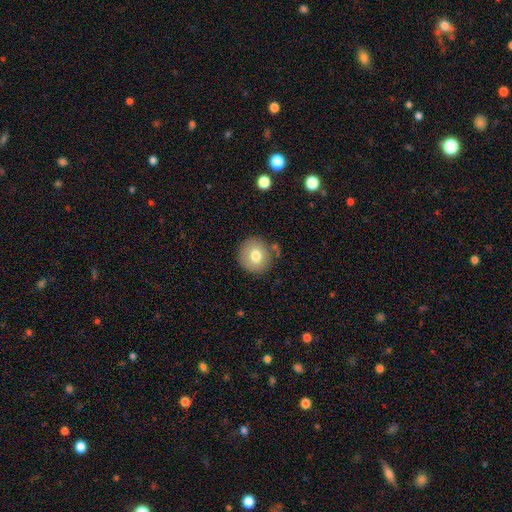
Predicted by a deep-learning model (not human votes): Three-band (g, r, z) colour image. It shows a smooth galaxy with no disk features (73%) that is round (89%). Merging: none (80%).